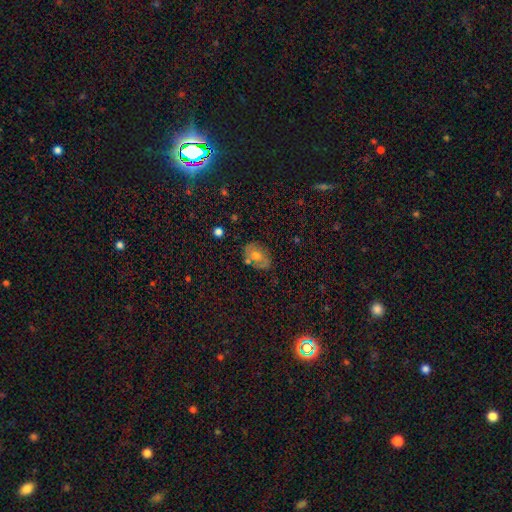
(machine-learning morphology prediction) This appears to be a smooth galaxy with no disk features (51%) that is in between round and cigar-shaped (74%). Merging: none (71%).